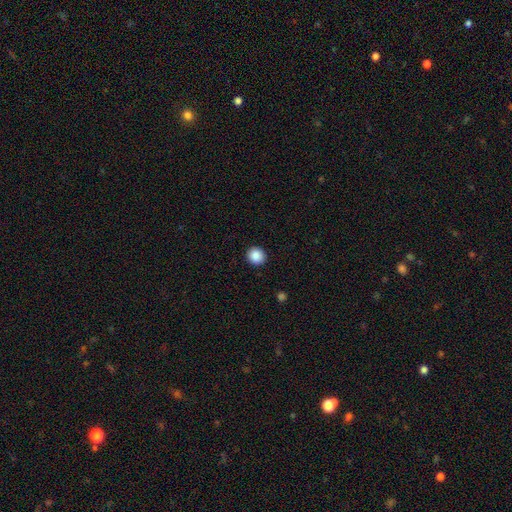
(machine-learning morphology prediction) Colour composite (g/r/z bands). It shows a smooth galaxy with no disk features (88%) that is round (91%). Merging: none (93%).